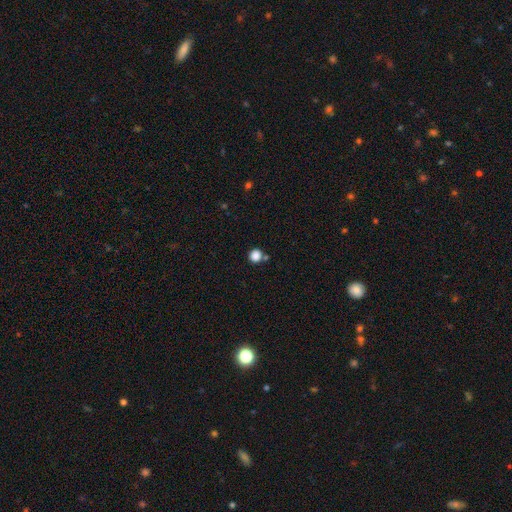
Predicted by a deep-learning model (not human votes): This appears to be a smooth galaxy with no disk features (84%) that is round (91%). Merging: none (75%).